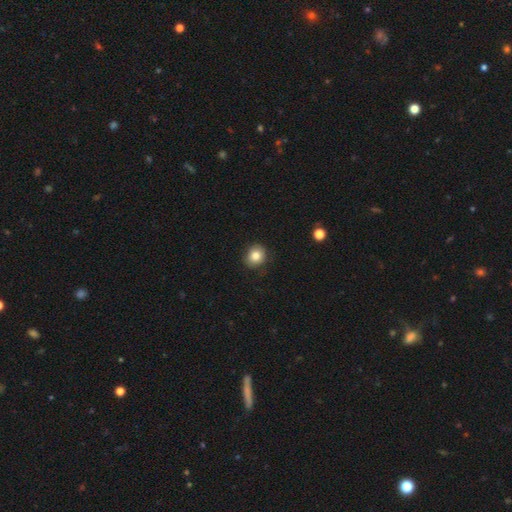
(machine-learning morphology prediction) smooth_or_featured: smooth (p=0.82) [alt: star or artifact p=0.10]
how_rounded: round (p=0.75) [alt: in between p=0.24]
merging: none (p=0.84) [alt: minor disturbance p=0.12]